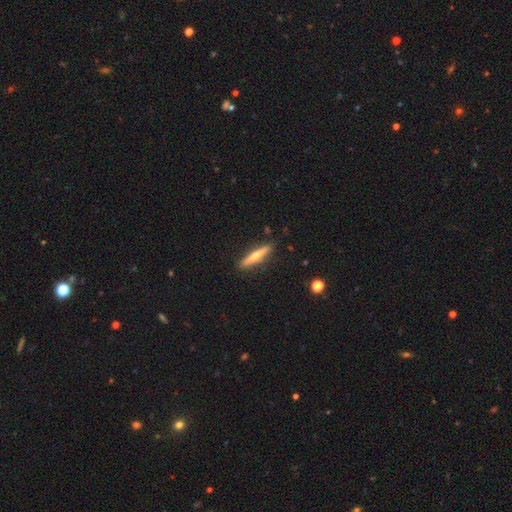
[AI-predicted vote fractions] This appears to be a featured or disk galaxy (51%) viewed edge-on (95%). Merging: none (89%).